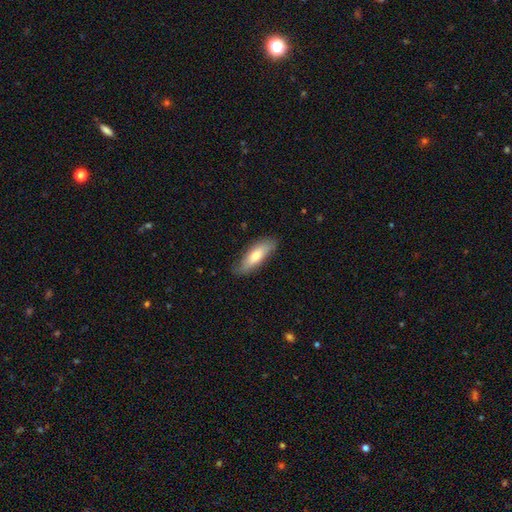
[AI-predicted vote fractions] Morphology: type=smooth (65%); roundness=in between (57%); merging=none (79%).